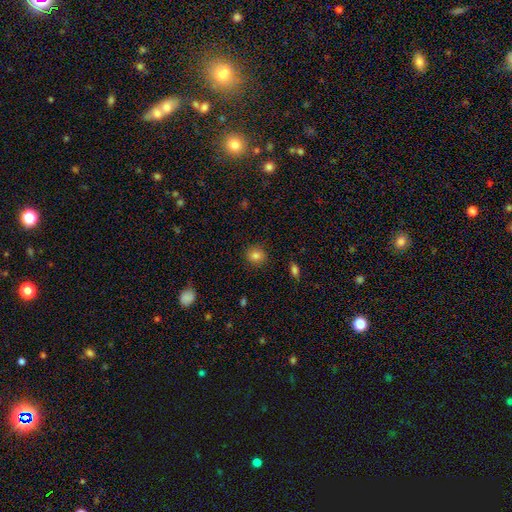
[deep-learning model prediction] Q: Smooth or featured?
A: smooth (84%); runner-up: star or artifact (11%)
Q: How rounded?
A: round (85%); runner-up: in between (14%)
Q: Merging?
A: none (89%); runner-up: minor disturbance (8%)